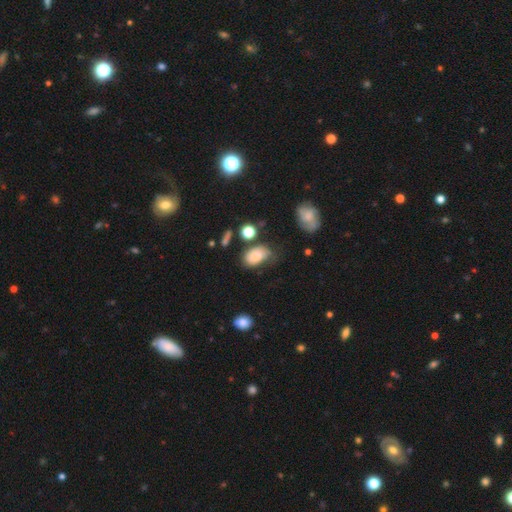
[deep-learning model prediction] smooth 74%, featured or disk 17%, star or artifact 10%. Down the decision tree: how rounded — in between (86%); merging — none (43%).